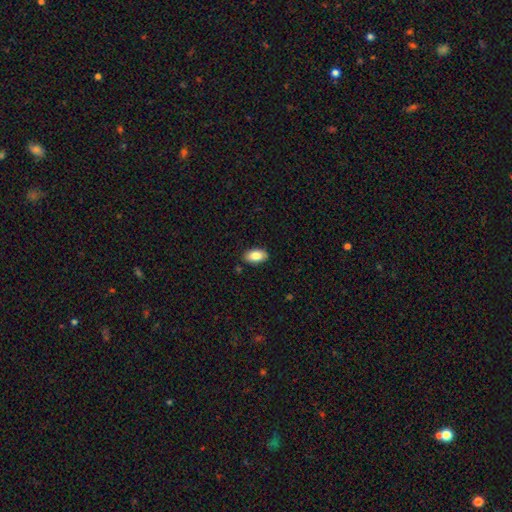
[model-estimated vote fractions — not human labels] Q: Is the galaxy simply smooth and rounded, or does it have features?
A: smooth — 83%.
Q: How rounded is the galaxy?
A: in between — 93%.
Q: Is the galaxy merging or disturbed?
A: none — 86%.